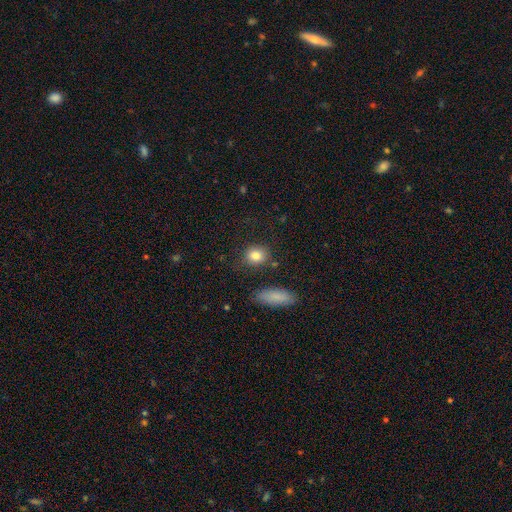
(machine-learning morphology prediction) Smooth or featured? Predicted: smooth (p=0.84). How rounded? Predicted: round (p=0.65). Merging? Predicted: none (p=0.78).